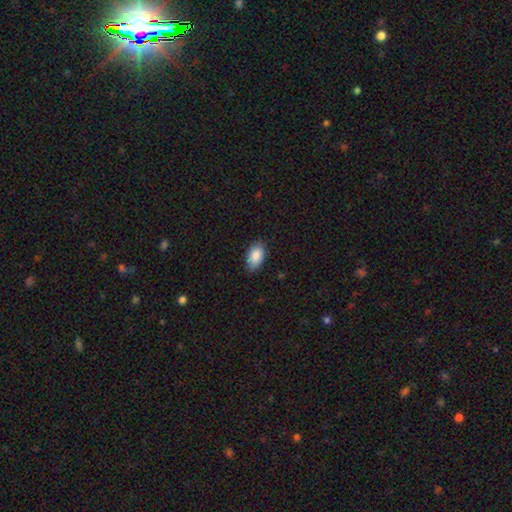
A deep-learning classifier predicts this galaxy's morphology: smooth_or_featured: smooth (p=0.89) [alt: star or artifact p=0.06]
how_rounded: in between (p=0.94) [alt: round p=0.05]
merging: none (p=0.83) [alt: minor disturbance p=0.13]